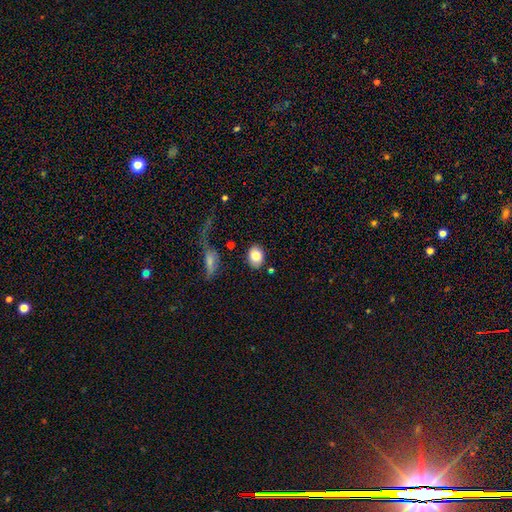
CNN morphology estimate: Overall: smooth (82%). How rounded: in between (70%). Merging: none (82%).